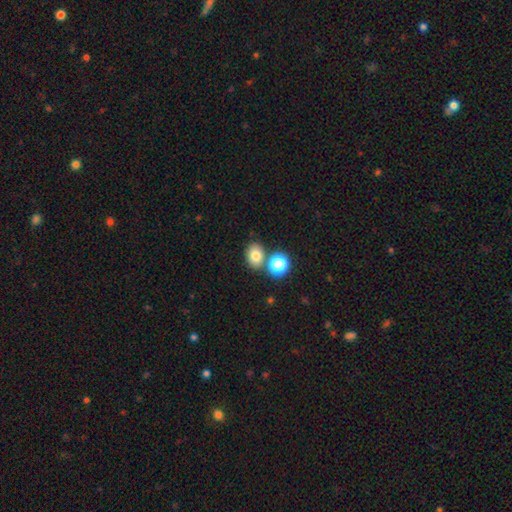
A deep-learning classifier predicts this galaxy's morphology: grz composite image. It shows a smooth galaxy with no disk features (78%) that is in between round and cigar-shaped (54%). Merging: none (69%).